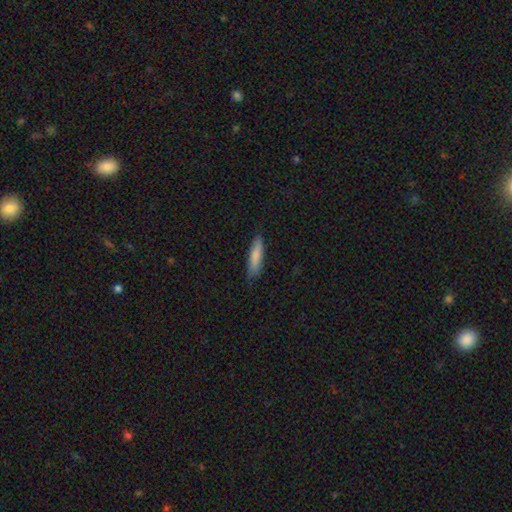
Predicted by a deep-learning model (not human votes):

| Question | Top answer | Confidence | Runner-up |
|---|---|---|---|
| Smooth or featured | smooth | 82% | featured or disk (13%) |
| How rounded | cigar-shaped | 72% | in between (27%) |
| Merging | none | 80% | minor disturbance (16%) |